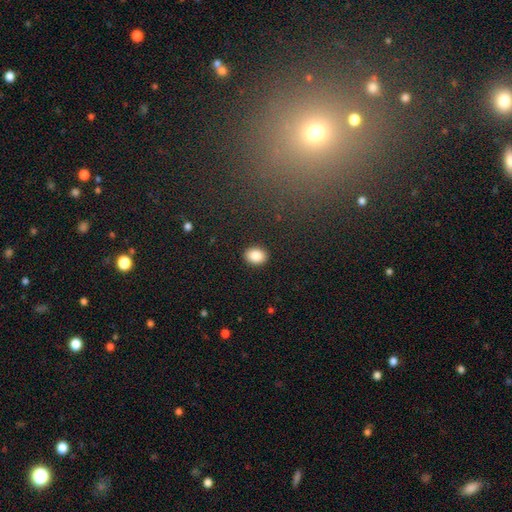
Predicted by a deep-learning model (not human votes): A smooth galaxy with no disk features (87%) that is in between round and cigar-shaped (62%). Merging: none (90%).